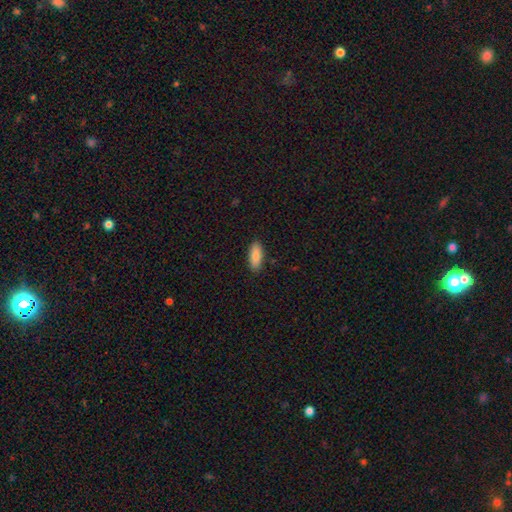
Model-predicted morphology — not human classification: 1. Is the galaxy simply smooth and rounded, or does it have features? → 86% smooth, 7% featured or disk, 6% star or artifact.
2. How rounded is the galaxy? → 79% in between, 20% cigar-shaped, 2% round.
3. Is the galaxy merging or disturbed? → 89% none, 9% minor disturbance, 2% major disturbance, 1% merger.